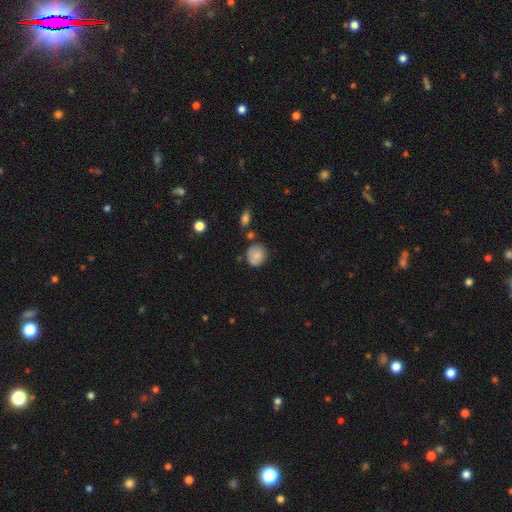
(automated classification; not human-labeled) Smooth or featured? smooth (82%)
How rounded? round (77%)
Merging? none (67%)